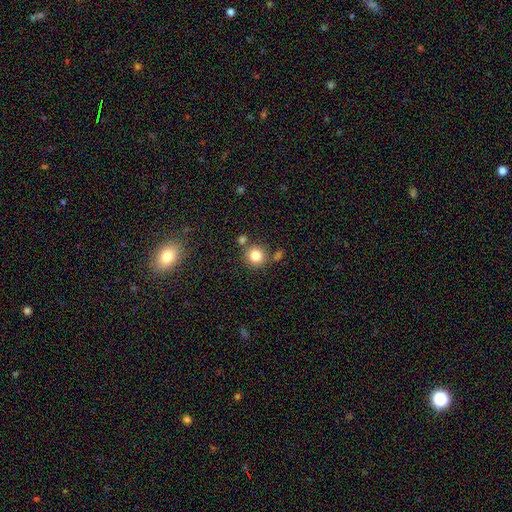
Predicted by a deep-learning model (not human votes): A smooth galaxy with no disk features (82%) that is round (91%). Merging: none (75%).